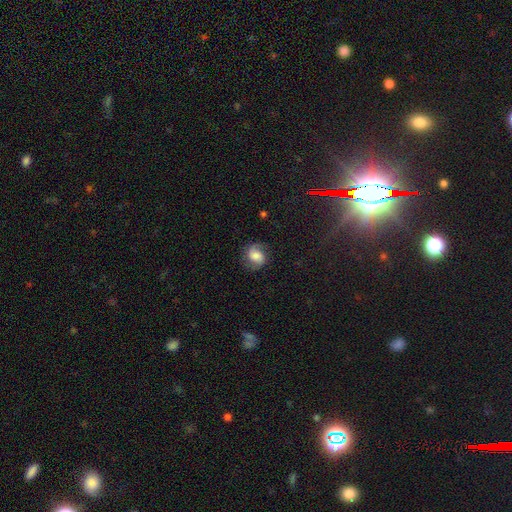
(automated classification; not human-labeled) Smooth or featured: featured or disk — 59% (smooth — 32%)
Edge-on disk: no — 97% (yes — 3%)
Bar: no — 50% (weak — 37%)
Spiral arms: yes — 91% (no — 9%)
Spiral winding: medium — 48% (loose — 27%)
Spiral arm count: 2 — 87% (can't tell — 5%)
Bulge size: moderate — 42% (large — 27%)
Merging: none — 75% (minor disturbance — 16%)